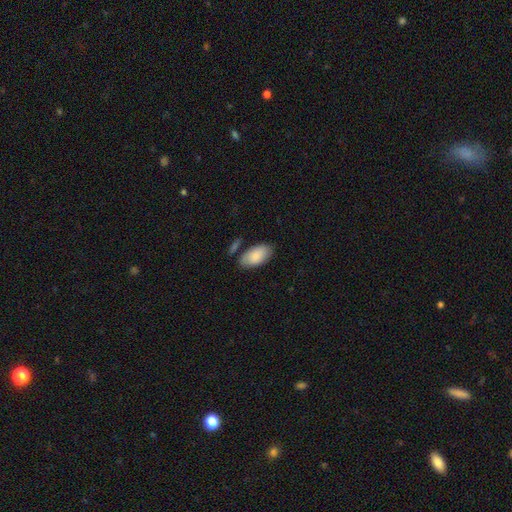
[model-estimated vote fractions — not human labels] Smooth or featured?
  - smooth: 86% *
  - featured or disk: 9%
  - star or artifact: 6%
How rounded?
  - in between: 95% *
  - cigar-shaped: 3%
  - round: 2%
Merging?
  - none: 74% *
  - minor disturbance: 15%
  - merger: 7%
  - major disturbance: 4%